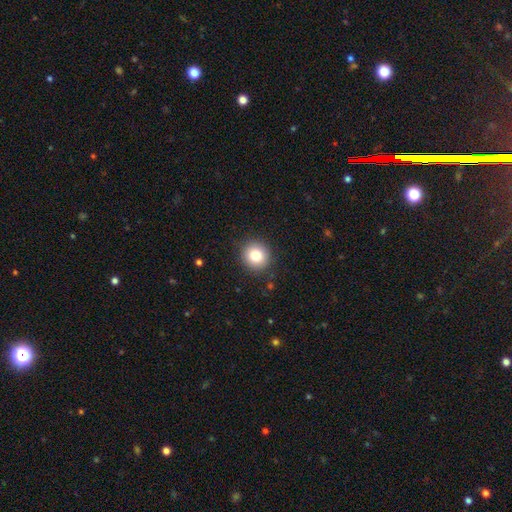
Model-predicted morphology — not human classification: smooth-or-featured: smooth: 80% | star or artifact: 11% | featured or disk: 9%
  how-rounded: round: 92% | in between: 7% | cigar-shaped: 1%
  merging: none: 90% | minor disturbance: 7% | major disturbance: 2% | merger: 1%